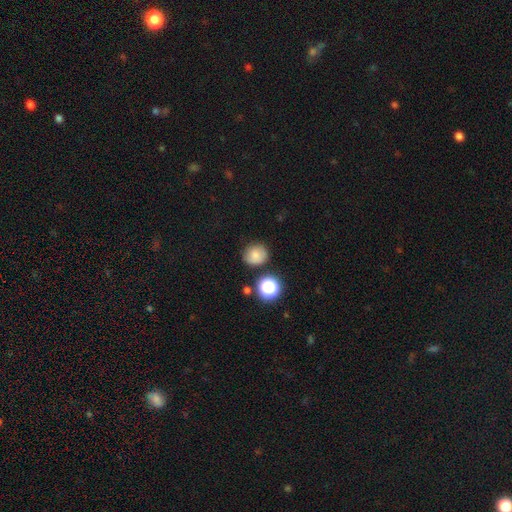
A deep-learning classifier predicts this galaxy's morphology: Smooth or featured: smooth — 77% (star or artifact — 14%)
How rounded: round — 80% (in between — 19%)
Merging: none — 78% (minor disturbance — 14%)